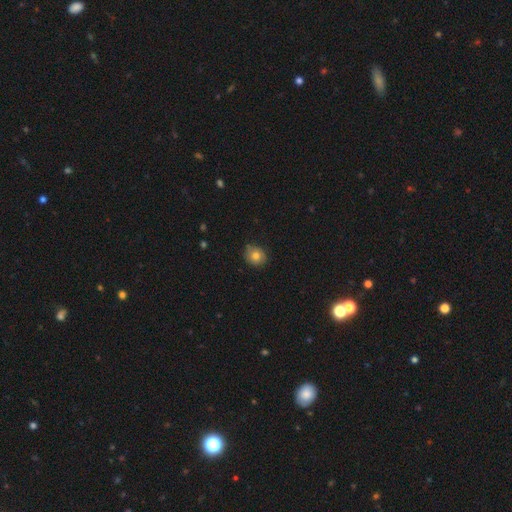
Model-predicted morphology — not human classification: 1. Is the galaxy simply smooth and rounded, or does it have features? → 78% smooth, 12% featured or disk, 10% star or artifact.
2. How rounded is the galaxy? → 74% round, 25% in between, 1% cigar-shaped.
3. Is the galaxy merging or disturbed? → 76% none, 19% minor disturbance, 3% major disturbance, 1% merger.